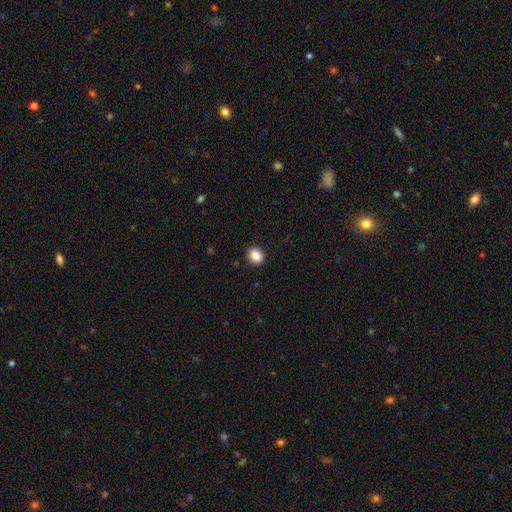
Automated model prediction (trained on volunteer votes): smooth_or_featured: smooth (p=0.88) [alt: star or artifact p=0.09]
how_rounded: round (p=0.65) [alt: in between p=0.34]
merging: none (p=0.90) [alt: minor disturbance p=0.07]